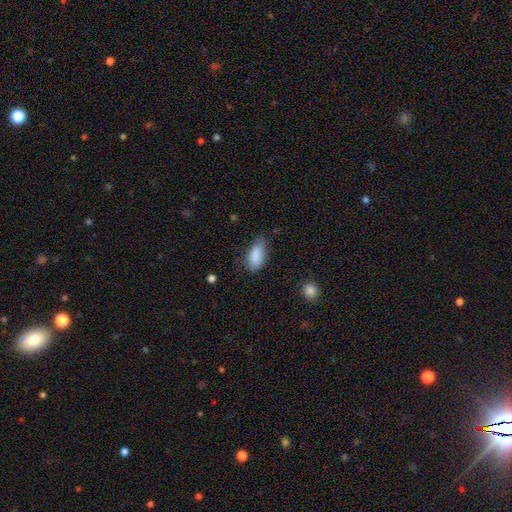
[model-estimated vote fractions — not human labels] This appears to be a smooth galaxy with no disk features (86%) that is in between round and cigar-shaped (88%). Merging: none (56%).